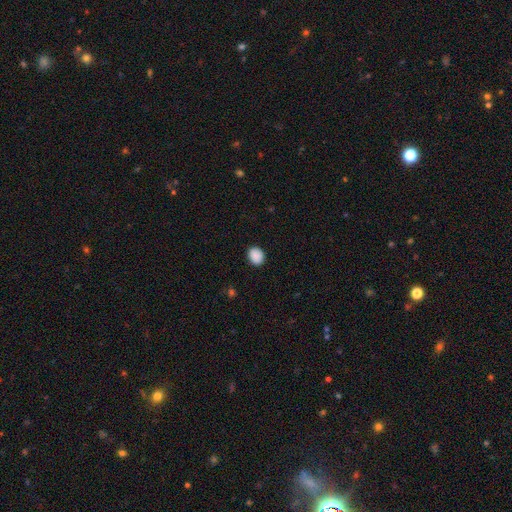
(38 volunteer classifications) Smooth or featured?
  - smooth: 100% *
  - featured or disk: 0%
  - star or artifact: 0%
How rounded?
  - round: 50% * (tied)
  - in between: 50% * (tied)
  - cigar-shaped: 0%
Merging?
  - none: 82% *
  - minor disturbance: 13%
  - major disturbance: 3%
  - merger: 3%